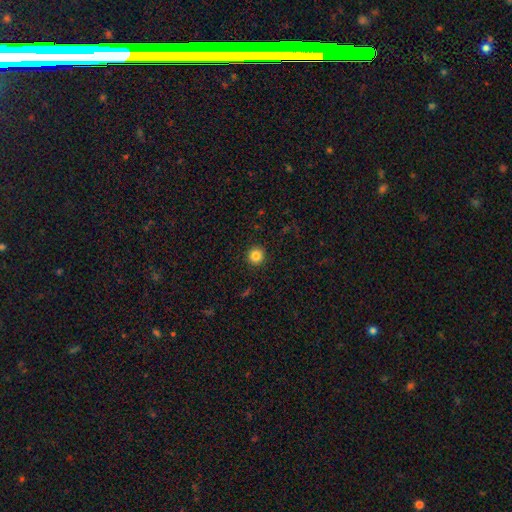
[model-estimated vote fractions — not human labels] smooth_or_featured: smooth (p=0.84) [alt: star or artifact p=0.11]
how_rounded: round (p=0.94) [alt: in between p=0.05]
merging: none (p=0.93) [alt: minor disturbance p=0.05]